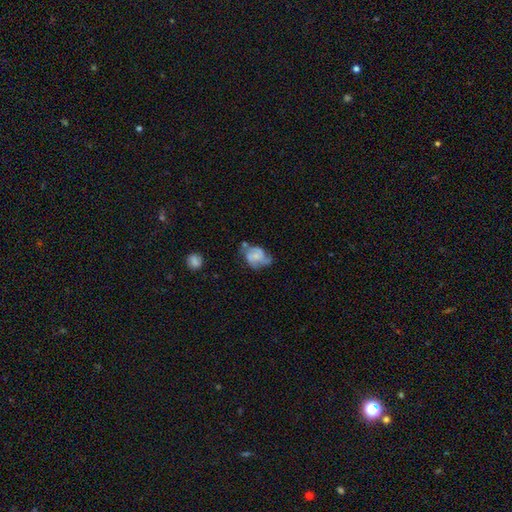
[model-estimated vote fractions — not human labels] smooth-or-featured: featured or disk: 64% | smooth: 28% | star or artifact: 8%
  disk-edge-on: no: 98% | yes: 2%
    bar: no: 65% | weak: 29% | strong: 6%
    has-spiral-arms: yes: 84% | no: 16%
      spiral-winding: medium: 47% | tight: 27% | loose: 26%
      spiral-arm-count: 3: 36% | 2: 34% | can't tell: 18% | 4: 6% | 1: 4% | more than 4: 3%
    bulge-size: small: 49% | none: 24% | moderate: 23% | large: 3% | dominant: 1%
  merging: none: 44% | minor disturbance: 29% | major disturbance: 19% | merger: 7%